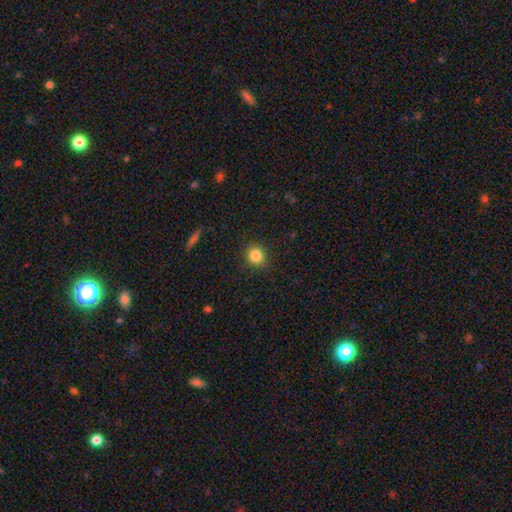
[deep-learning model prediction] Q: Smooth or featured?
A: smooth (84%); runner-up: star or artifact (11%)
Q: How rounded?
A: round (81%); runner-up: in between (18%)
Q: Merging?
A: none (90%); runner-up: minor disturbance (7%)